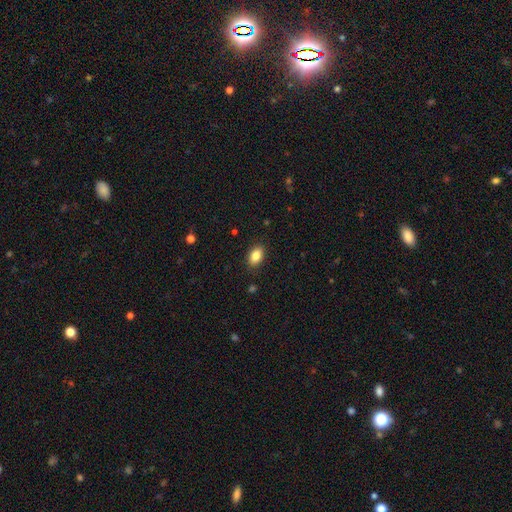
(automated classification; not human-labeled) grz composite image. It shows a smooth galaxy with no disk features (84%) that is in between round and cigar-shaped (87%). Merging: none (88%).